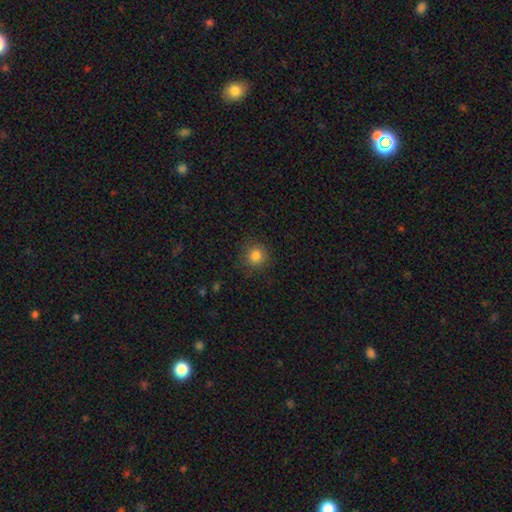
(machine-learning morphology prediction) Smooth or featured?
  - smooth: 83% *
  - star or artifact: 12%
  - featured or disk: 5%
How rounded?
  - round: 92% *
  - in between: 8%
  - cigar-shaped: 1%
Merging?
  - none: 87% *
  - minor disturbance: 9%
  - major disturbance: 3%
  - merger: 1%